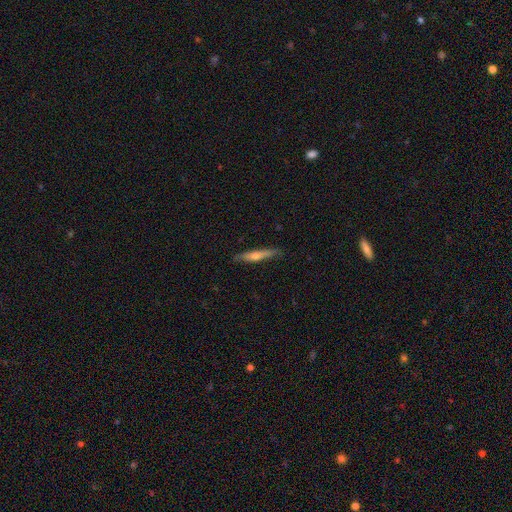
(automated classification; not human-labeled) smooth_or_featured: featured or disk (p=0.54) [alt: smooth p=0.40]
disk_edge_on: yes (p=0.94) [alt: no p=0.06]
edge_on_bulge: rounded (p=0.79) [alt: none p=0.16]
merging: none (p=0.87) [alt: minor disturbance p=0.10]